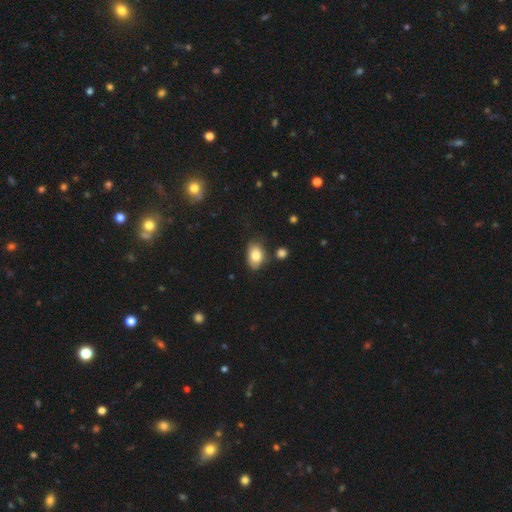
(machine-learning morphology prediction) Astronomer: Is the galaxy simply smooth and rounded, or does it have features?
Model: smooth — 80%.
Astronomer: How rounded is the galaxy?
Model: in between — 86%.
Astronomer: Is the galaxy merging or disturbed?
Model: none — 71%.